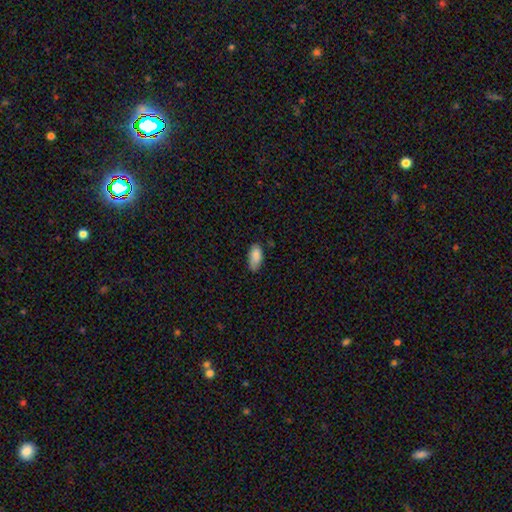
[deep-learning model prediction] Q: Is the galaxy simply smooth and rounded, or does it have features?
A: smooth — 86%.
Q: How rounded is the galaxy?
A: in between — 90%.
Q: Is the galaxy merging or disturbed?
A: none — 65%.